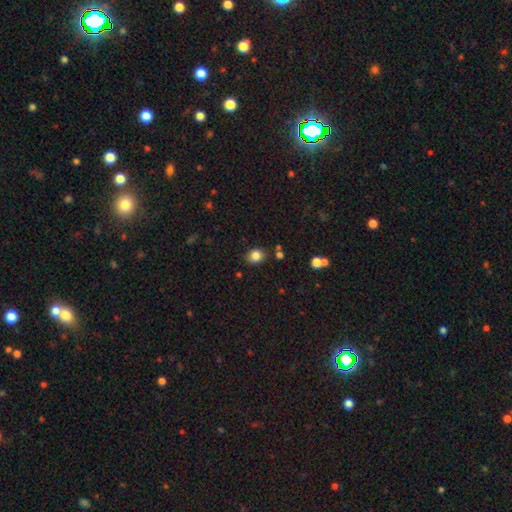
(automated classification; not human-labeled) smooth 83%, star or artifact 11%, featured or disk 6%. Down the decision tree: how rounded — round (62%); merging — none (81%).